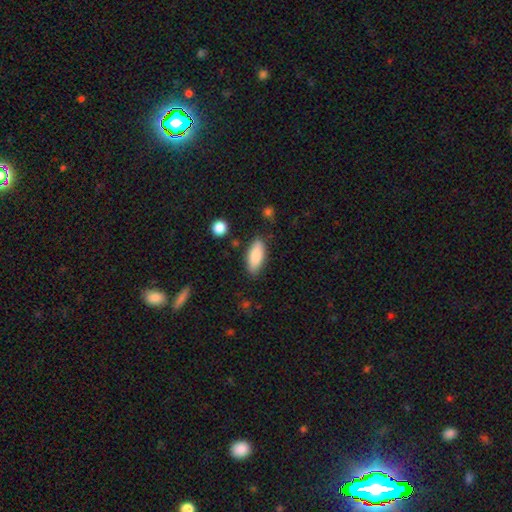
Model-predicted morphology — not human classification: The model was most divided on "how rounded": in between: 80%, cigar-shaped: 18%, round: 2%. More confident: smooth or featured — smooth (86%); merging — none (83%).